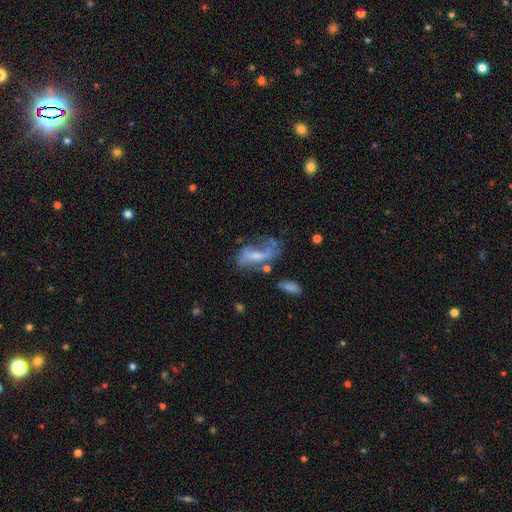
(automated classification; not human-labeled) Smooth or featured? featured or disk (67%)
Edge-on disk? no (91%)
Bar? weak (40%)
Spiral arms? yes (70%)
Bulge size? small (41%)
Merging? none (41%)